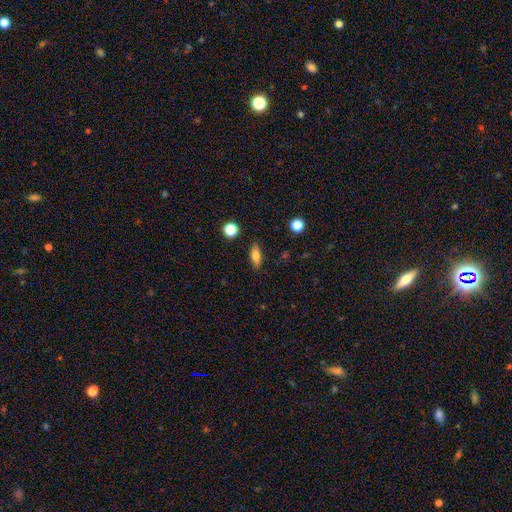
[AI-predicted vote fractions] smooth 75%, featured or disk 16%, star or artifact 9%. Down the decision tree: how rounded — in between (70%); merging — none (86%).